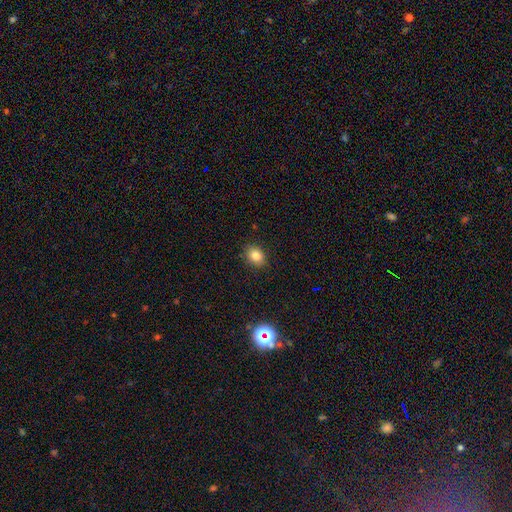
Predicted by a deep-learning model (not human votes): smooth 82%, star or artifact 11%, featured or disk 7%. Down the decision tree: how rounded — in between (59%); merging — none (87%).